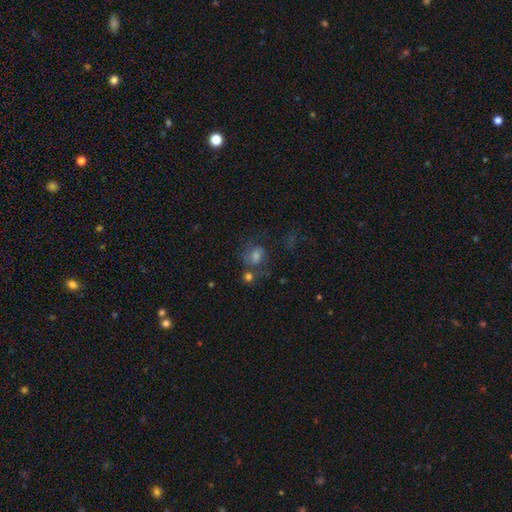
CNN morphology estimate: The model was most divided on "smooth or featured": featured or disk: 46%, smooth: 36%, star or artifact: 18%. More confident: merging — none (51%).